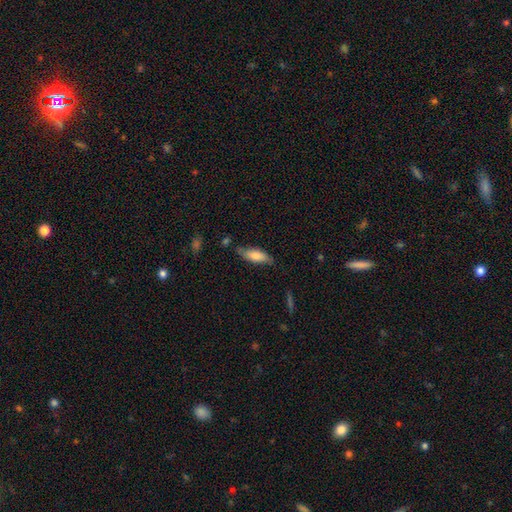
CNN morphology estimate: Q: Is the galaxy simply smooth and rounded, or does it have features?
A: smooth — 74%.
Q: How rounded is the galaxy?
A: in between — 65%.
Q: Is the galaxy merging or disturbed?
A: none — 68%.